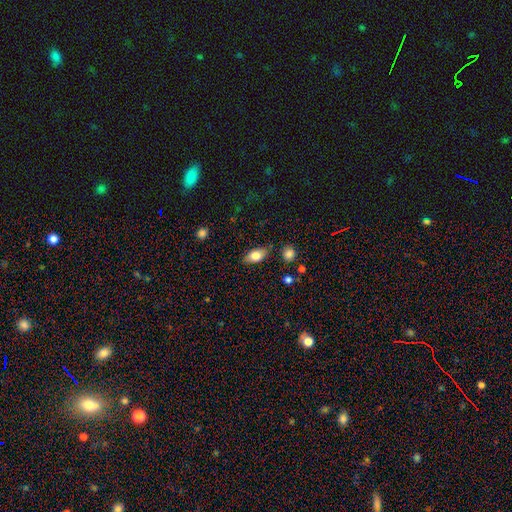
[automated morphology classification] This appears to be a smooth galaxy with no disk features (77%) that is in between round and cigar-shaped (88%). Merging: none (82%).